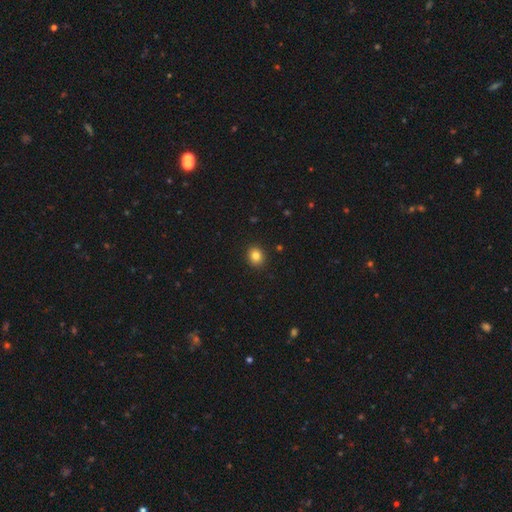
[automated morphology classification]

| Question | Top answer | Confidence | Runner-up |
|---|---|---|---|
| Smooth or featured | smooth | 84% | star or artifact (11%) |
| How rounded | round | 69% | in between (30%) |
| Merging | none | 91% | minor disturbance (6%) |